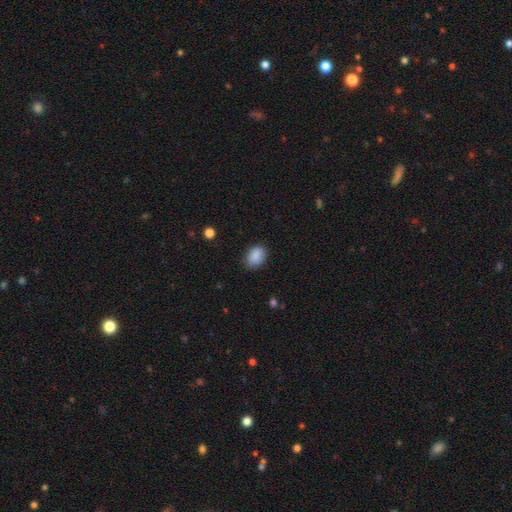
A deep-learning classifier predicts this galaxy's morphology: Smooth or featured? Predicted: smooth (p=0.88). How rounded? Predicted: in between (p=0.78). Merging? Predicted: none (p=0.78).